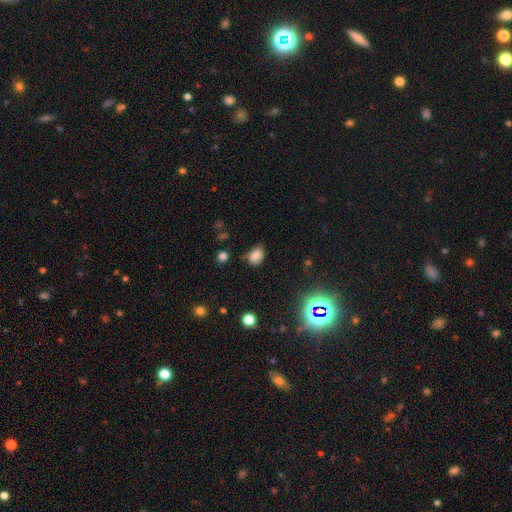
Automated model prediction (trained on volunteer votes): This appears to be a smooth galaxy with no disk features (80%) that is in between round and cigar-shaped (78%). Merging: none (63%).